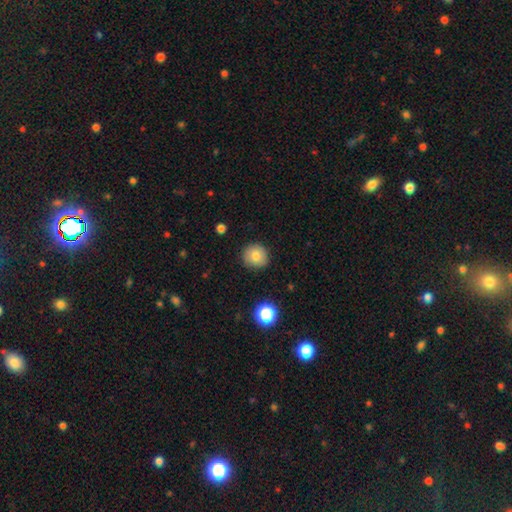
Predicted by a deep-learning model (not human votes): Smooth or featured: smooth — 81% (star or artifact — 10%)
How rounded: round — 92% (in between — 7%)
Merging: none — 89% (minor disturbance — 8%)